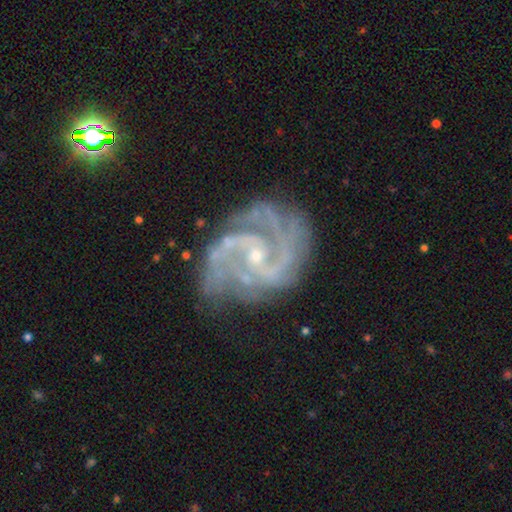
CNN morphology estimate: Smooth or featured? Predicted: featured or disk (p=0.91). Edge-on disk? Predicted: no (p=0.98). Bar? Predicted: no (p=0.52). Spiral arms? Predicted: yes (p=0.98). Spiral winding? Predicted: medium (p=0.53). Spiral arm count? Predicted: 2 (p=0.57). Bulge size? Predicted: small (p=0.81). Merging? Predicted: none (p=0.66).